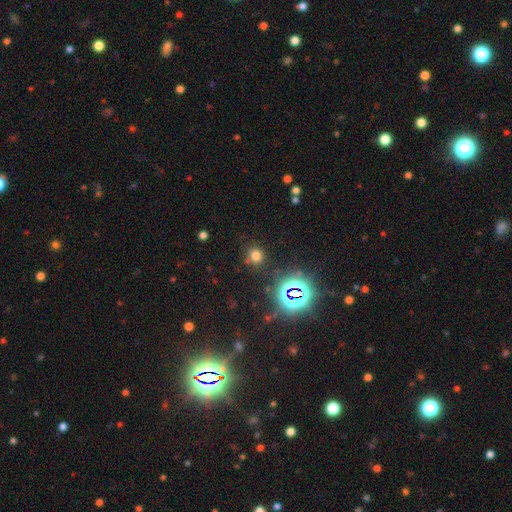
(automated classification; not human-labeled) smooth 66%, star or artifact 27%, featured or disk 6%. Down the decision tree: how rounded — round (83%); merging — none (80%).